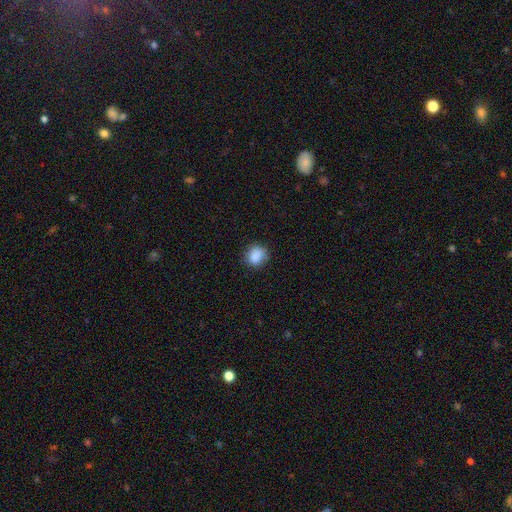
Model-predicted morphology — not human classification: Q: Smooth or featured?
A: smooth (88%); runner-up: star or artifact (9%)
Q: How rounded?
A: round (76%); runner-up: in between (23%)
Q: Merging?
A: none (81%); runner-up: minor disturbance (14%)